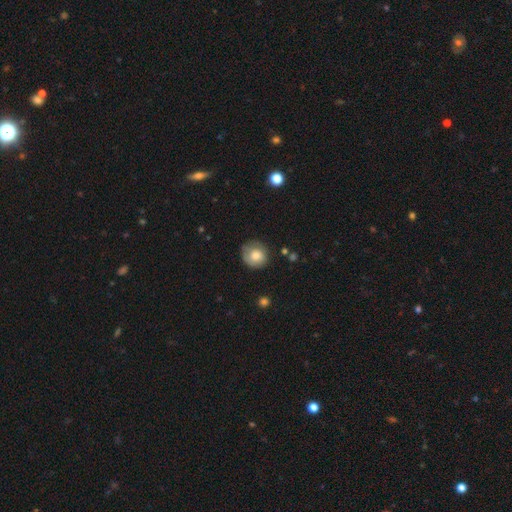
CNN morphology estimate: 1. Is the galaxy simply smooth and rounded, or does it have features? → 76% smooth, 17% featured or disk, 8% star or artifact.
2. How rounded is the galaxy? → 86% round, 13% in between, 1% cigar-shaped.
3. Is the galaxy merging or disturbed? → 69% none, 22% minor disturbance, 7% major disturbance, 2% merger.